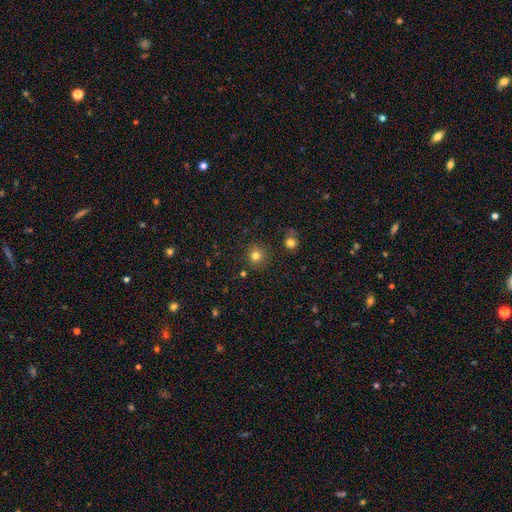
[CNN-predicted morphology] Smooth or featured? Predicted: smooth (p=0.80). How rounded? Predicted: round (p=0.91). Merging? Predicted: none (p=0.86).